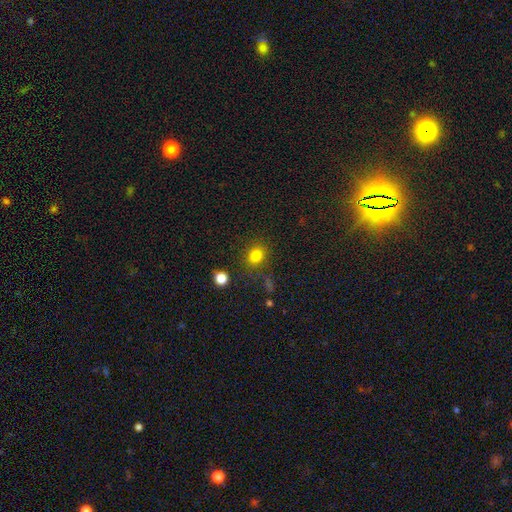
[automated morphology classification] smooth-or-featured: smooth: 81% | star or artifact: 14% | featured or disk: 5%
  how-rounded: round: 68% | in between: 31% | cigar-shaped: 1%
  merging: none: 82% | minor disturbance: 10% | major disturbance: 4% | merger: 3%